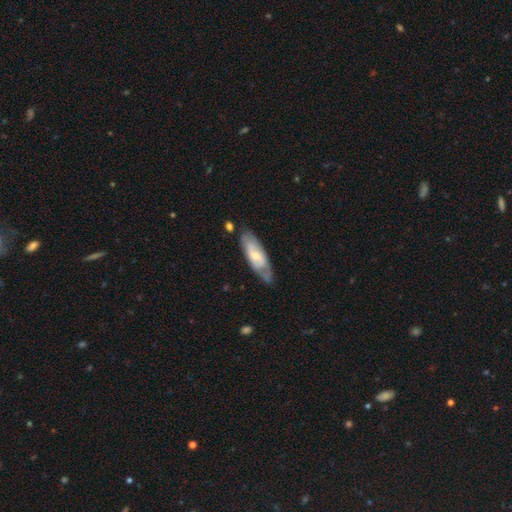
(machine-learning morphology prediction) A featured or disk galaxy (49%).

Vote fractions:
- Smooth or featured? featured or disk: 49% / smooth: 45% / star or artifact: 6%
- Merging? none: 62% / minor disturbance: 26% / major disturbance: 7% / merger: 4%